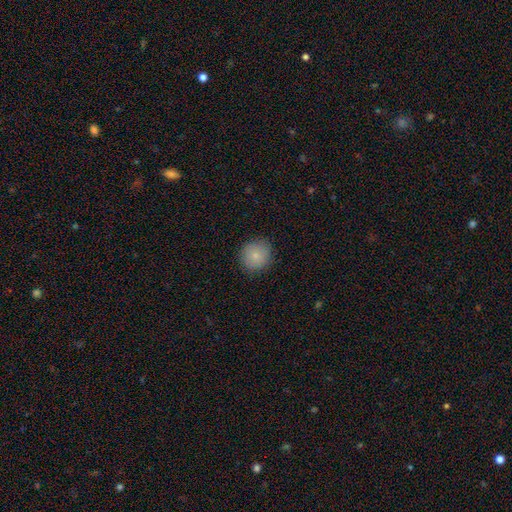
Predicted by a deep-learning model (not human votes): Smooth or featured? smooth (84%)
How rounded? round (88%)
Merging? none (86%)